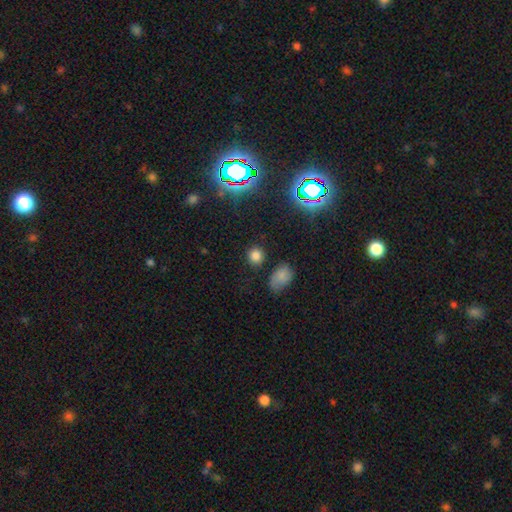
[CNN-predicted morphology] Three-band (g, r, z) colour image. It shows a smooth galaxy with no disk features (78%) that is round (83%). Merging: none (83%).